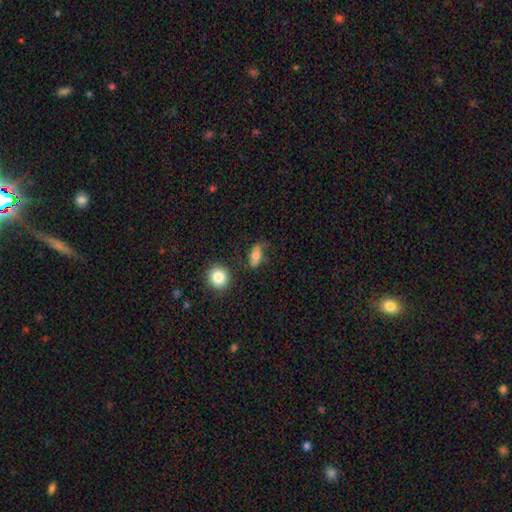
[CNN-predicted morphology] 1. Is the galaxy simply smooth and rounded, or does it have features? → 65% smooth, 24% featured or disk, 10% star or artifact.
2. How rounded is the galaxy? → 77% in between, 16% round, 7% cigar-shaped.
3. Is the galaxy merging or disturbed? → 52% none, 26% minor disturbance, 17% major disturbance, 6% merger.